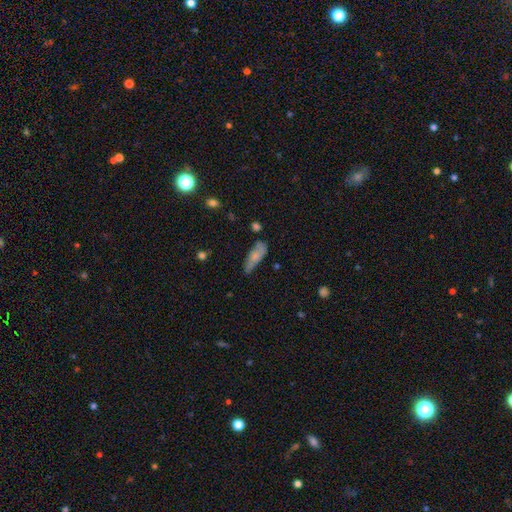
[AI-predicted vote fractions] Smooth or featured?
  - smooth: 69% *
  - featured or disk: 24%
  - star or artifact: 7%
How rounded?
  - in between: 58% *
  - cigar-shaped: 40%
  - round: 3%
Merging?
  - none: 48% *
  - minor disturbance: 36%
  - major disturbance: 11%
  - merger: 5%